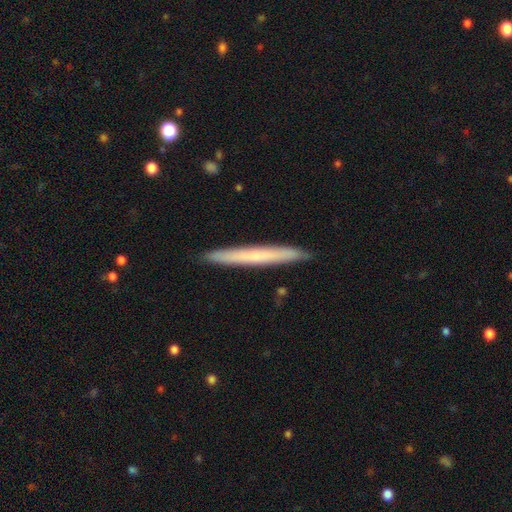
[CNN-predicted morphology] Smooth or featured: smooth — 54% (featured or disk — 40%)
How rounded: cigar-shaped — 97% (in between — 2%)
Merging: none — 92% (minor disturbance — 6%)